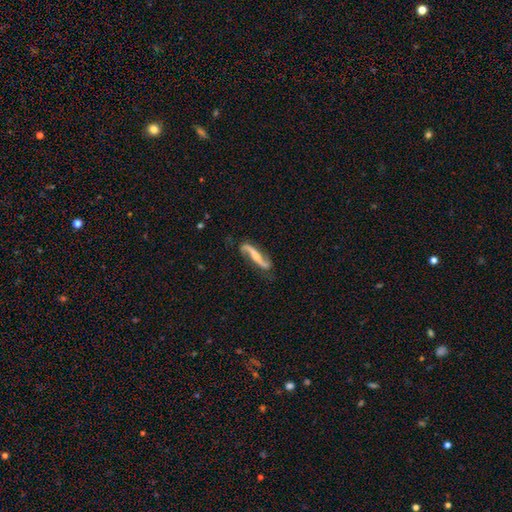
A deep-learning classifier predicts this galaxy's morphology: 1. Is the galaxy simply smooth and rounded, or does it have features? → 84% featured or disk, 11% smooth, 5% star or artifact.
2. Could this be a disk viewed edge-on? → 81% no, 19% yes.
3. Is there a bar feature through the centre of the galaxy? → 38% strong, 34% no, 28% weak.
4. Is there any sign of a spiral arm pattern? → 95% yes, 5% no.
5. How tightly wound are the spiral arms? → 83% loose, 13% medium, 5% tight.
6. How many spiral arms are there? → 91% 2, 4% 1, 2% can't tell, 1% 3, 1% 4, 1% more than 4.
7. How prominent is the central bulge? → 46% small, 32% moderate, 16% none, 4% large, 2% dominant.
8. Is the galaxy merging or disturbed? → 73% none, 17% minor disturbance, 7% major disturbance, 3% merger.